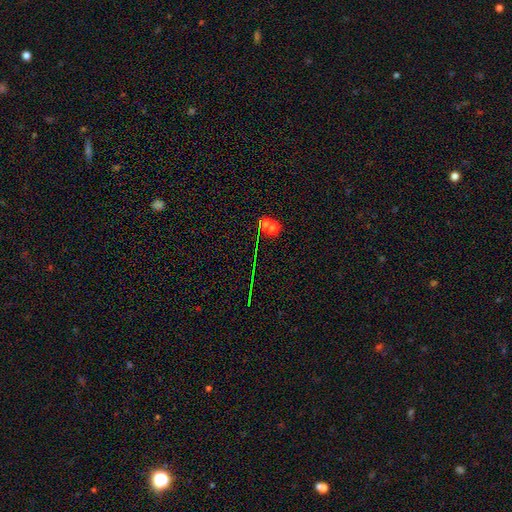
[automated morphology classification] Q: Smooth or featured?
A: star or artifact (67%); runner-up: smooth (19%)